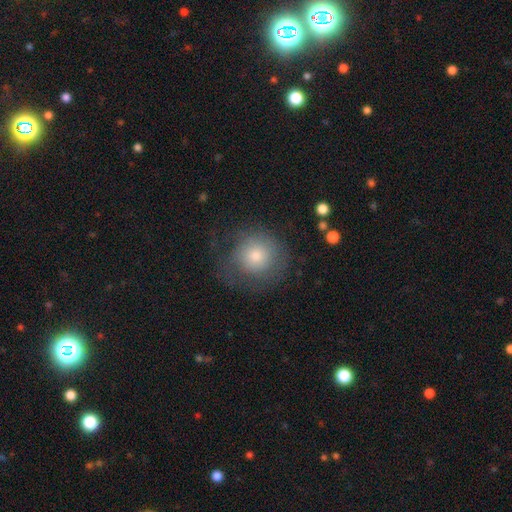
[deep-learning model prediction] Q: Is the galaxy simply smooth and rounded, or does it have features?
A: smooth — 69%.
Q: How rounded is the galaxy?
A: round — 91%.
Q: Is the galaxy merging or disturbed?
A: none — 63%.